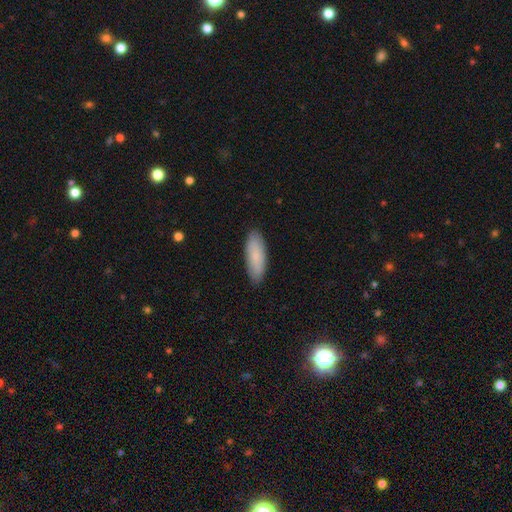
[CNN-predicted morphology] Smooth or featured: smooth — 81% (featured or disk — 13%)
How rounded: in between — 57% (cigar-shaped — 42%)
Merging: none — 87% (minor disturbance — 10%)